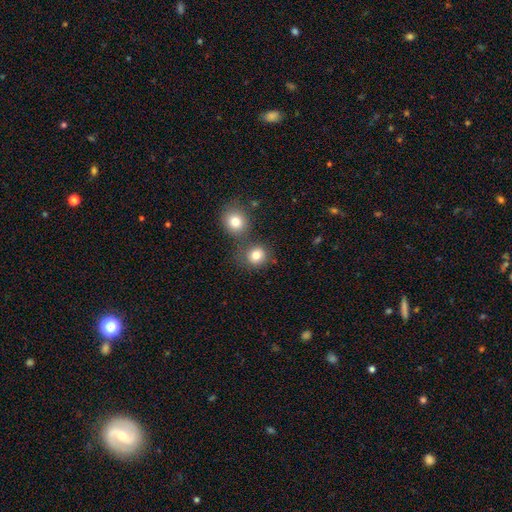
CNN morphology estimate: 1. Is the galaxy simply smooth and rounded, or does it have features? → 81% smooth, 12% star or artifact, 7% featured or disk.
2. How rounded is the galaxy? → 84% round, 15% in between, 1% cigar-shaped.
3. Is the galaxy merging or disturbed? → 61% none, 25% merger, 10% minor disturbance, 4% major disturbance.